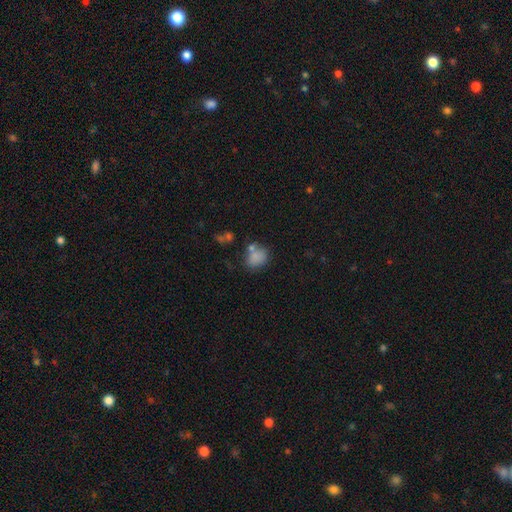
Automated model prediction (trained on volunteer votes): The model was most divided on "how rounded": round: 52%, in between: 47%, cigar-shaped: 1%. More confident: smooth or featured — smooth (78%); merging — none (54%).